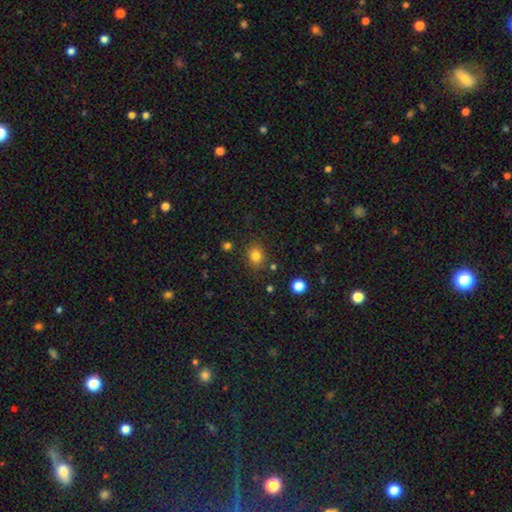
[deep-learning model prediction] Smooth or featured? smooth (82%)
How rounded? round (62%)
Merging? none (83%)